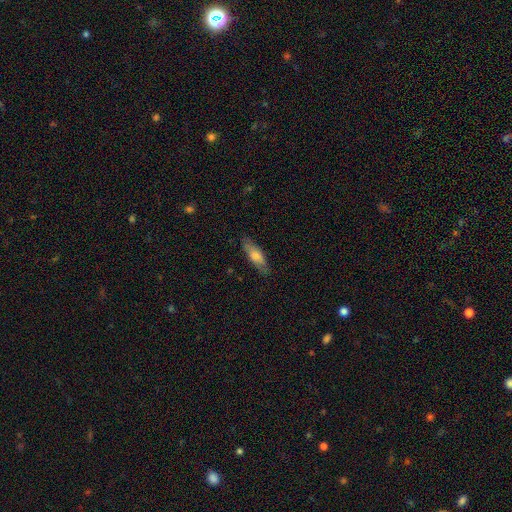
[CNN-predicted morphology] The model was most divided on "how rounded": in between: 52%, cigar-shaped: 46%, round: 2%. More confident: merging — none (81%); smooth or featured — smooth (68%).